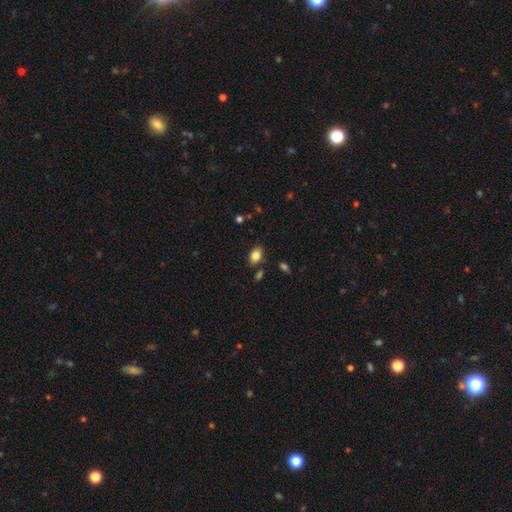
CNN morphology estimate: This appears to be a smooth galaxy with no disk features (83%) that is in between round and cigar-shaped (84%). Merging: none (81%).